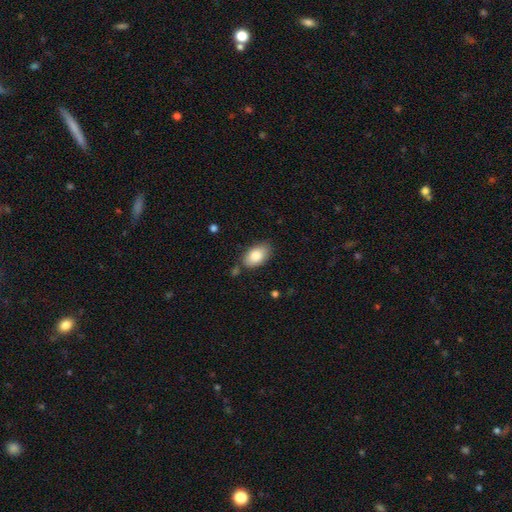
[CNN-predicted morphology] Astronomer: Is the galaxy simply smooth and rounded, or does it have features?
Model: smooth — 84%.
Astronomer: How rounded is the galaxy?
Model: in between — 93%.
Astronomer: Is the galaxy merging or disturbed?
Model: none — 78%.